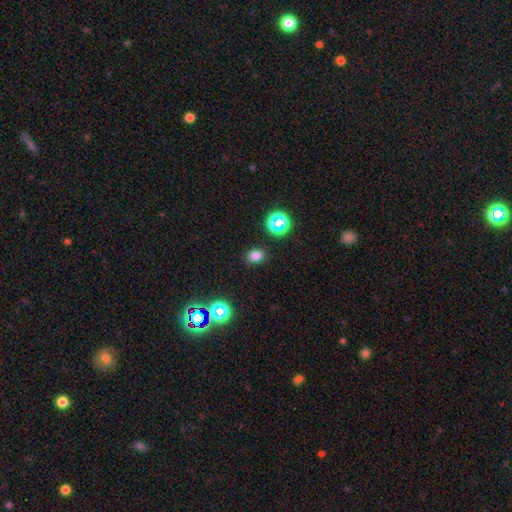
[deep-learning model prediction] smooth-or-featured: smooth: 75% | star or artifact: 19% | featured or disk: 6%
  how-rounded: in between: 61% | round: 37% | cigar-shaped: 1%
  merging: none: 87% | minor disturbance: 9% | major disturbance: 3% | merger: 2%